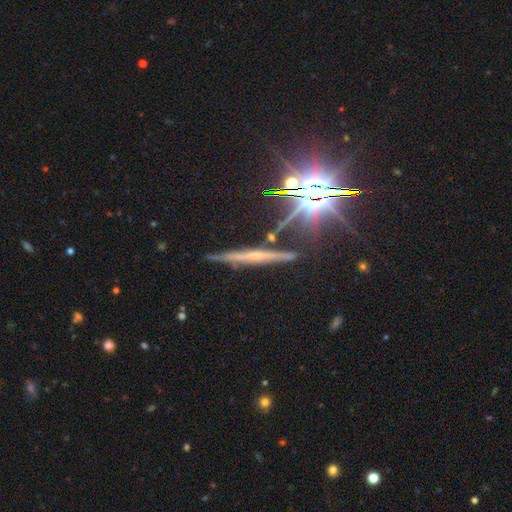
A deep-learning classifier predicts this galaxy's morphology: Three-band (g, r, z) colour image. It shows a featured or disk galaxy (54%) viewed edge-on (95%) with no central bulge (49%). Merging: none (80%).